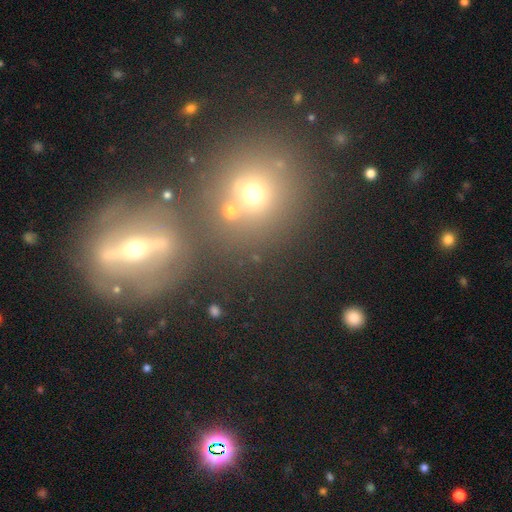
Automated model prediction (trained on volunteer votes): Smooth or featured?
  - smooth: 41% *
  - star or artifact: 30%
  - featured or disk: 29%
Merging?
  - none: 65% *
  - merger: 22%
  - minor disturbance: 9%
  - major disturbance: 4%